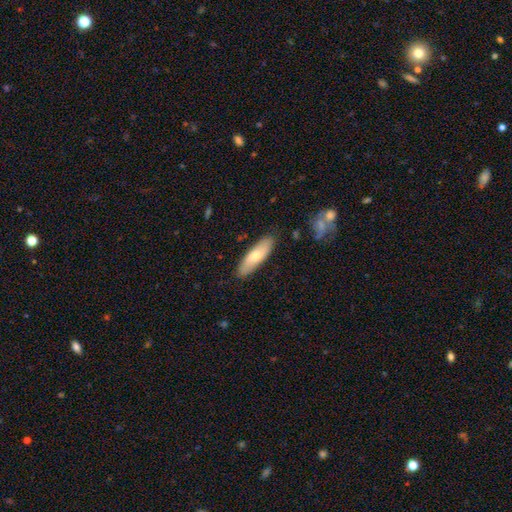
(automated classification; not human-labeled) smooth_or_featured: smooth (p=0.69) [alt: featured or disk p=0.26]
how_rounded: cigar-shaped (p=0.51) [alt: in between p=0.47]
merging: none (p=0.86) [alt: minor disturbance p=0.10]